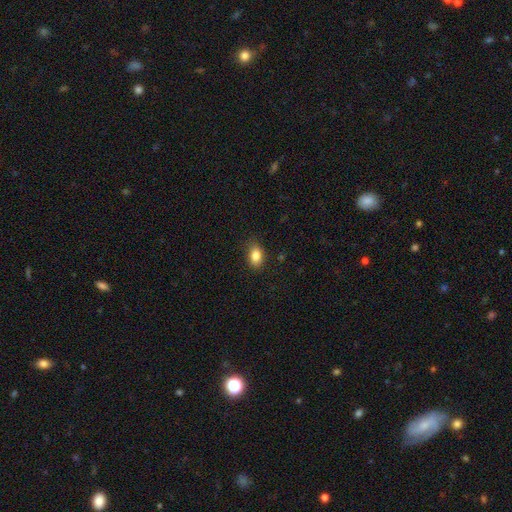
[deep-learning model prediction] smooth 85%, star or artifact 9%, featured or disk 6%. Down the decision tree: how rounded — in between (84%); merging — none (83%).